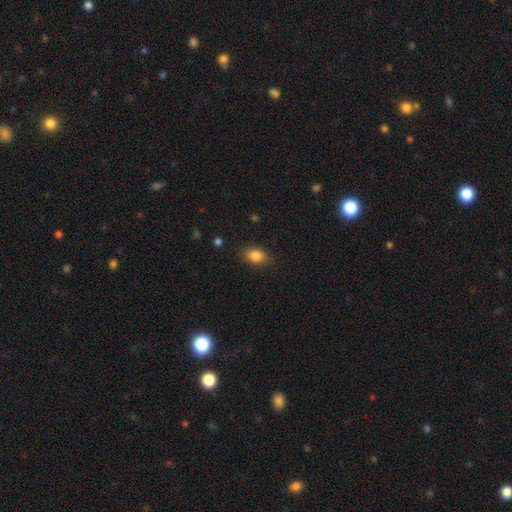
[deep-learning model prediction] Smooth or featured: smooth — 84% (star or artifact — 9%)
How rounded: in between — 76% (round — 22%)
Merging: none — 84% (minor disturbance — 12%)